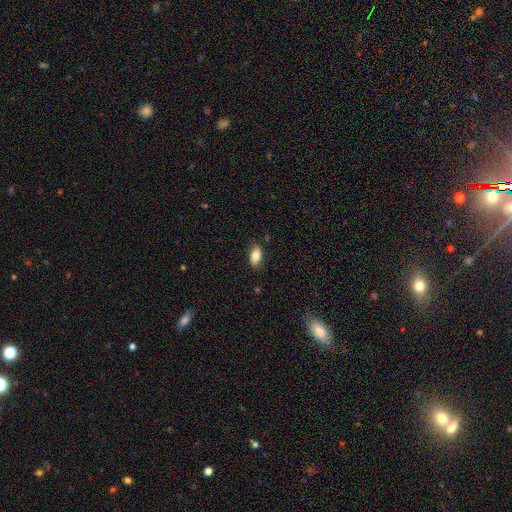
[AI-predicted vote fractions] smooth_or_featured: smooth (p=0.83) [alt: featured or disk p=0.10]
how_rounded: in between (p=0.91) [alt: cigar-shaped p=0.06]
merging: none (p=0.86) [alt: minor disturbance p=0.11]